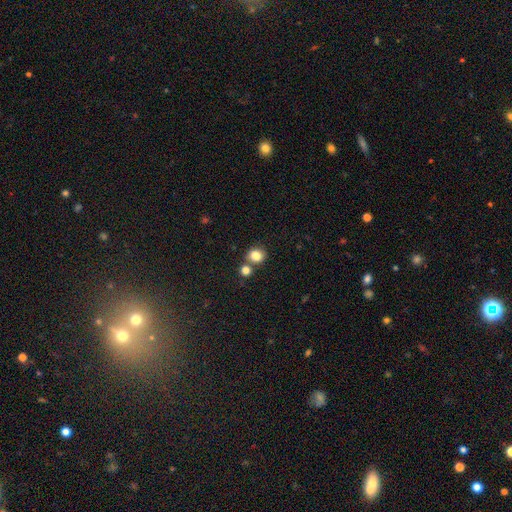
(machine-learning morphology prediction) type=smooth (83%); roundness=round (72%); merging=none (67%).